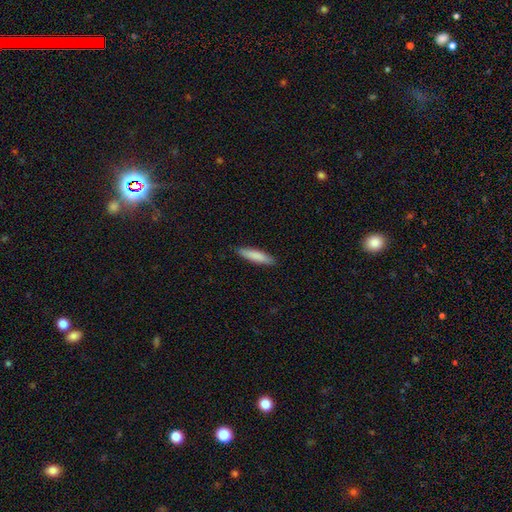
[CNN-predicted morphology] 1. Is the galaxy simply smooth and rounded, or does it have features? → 84% smooth, 10% featured or disk, 5% star or artifact.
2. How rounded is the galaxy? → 80% cigar-shaped, 18% in between, 1% round.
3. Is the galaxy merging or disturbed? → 89% none, 8% minor disturbance, 2% major disturbance, 1% merger.